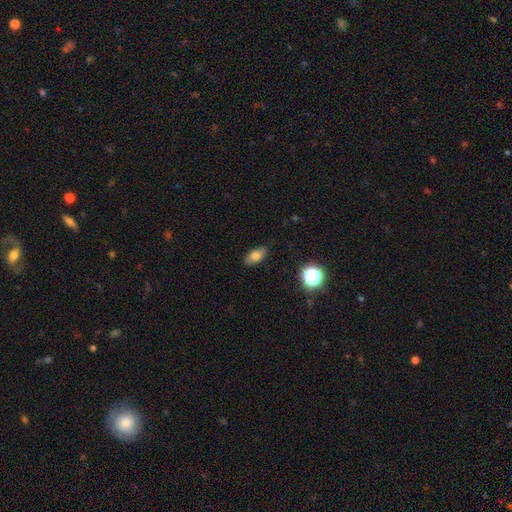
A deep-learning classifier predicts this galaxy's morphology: smooth 75%, featured or disk 14%, star or artifact 11%. Down the decision tree: how rounded — in between (89%); merging — none (86%).